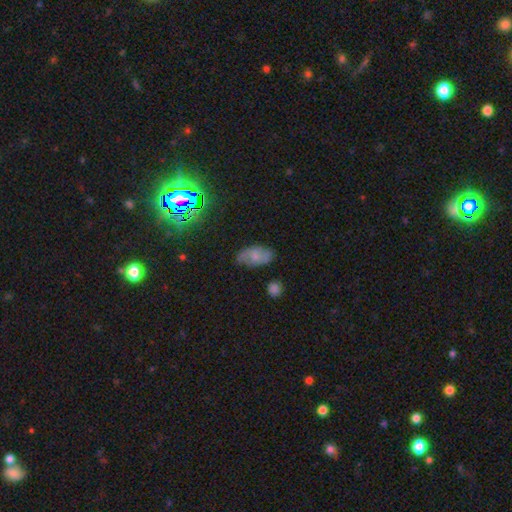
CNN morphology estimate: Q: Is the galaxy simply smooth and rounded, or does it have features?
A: smooth — 49%.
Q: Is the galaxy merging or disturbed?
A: none — 71%.